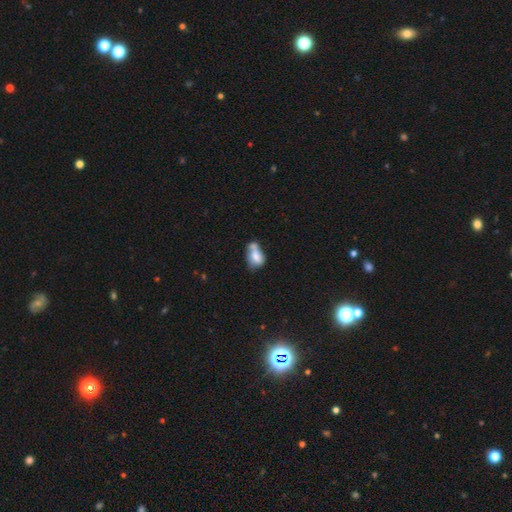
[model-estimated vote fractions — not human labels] This is likely a smooth galaxy (69%). How rounded: clearly in between (81%). Merging: possibly merger (48%).